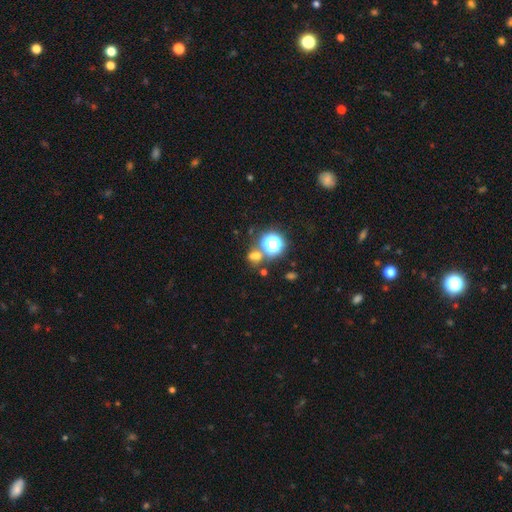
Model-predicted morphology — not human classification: Overall: smooth (53%; star or artifact 38%). How rounded: round (66%; in between 32%). Merging: none (57%; merger 25%).